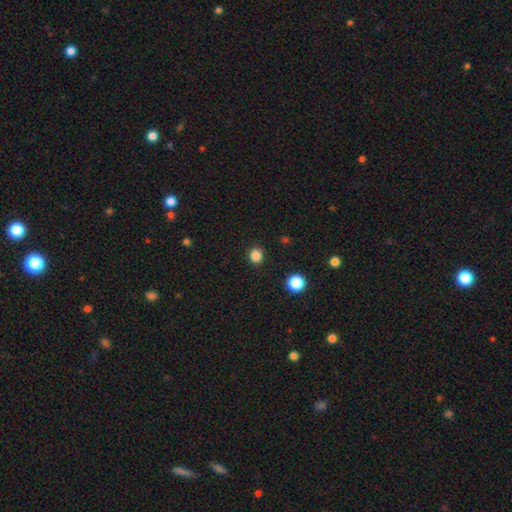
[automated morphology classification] type=smooth (84%); roundness=round (84%); merging=none (91%).